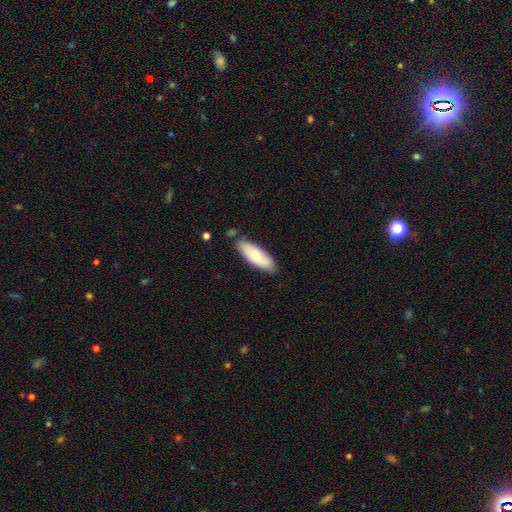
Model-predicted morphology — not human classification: Overall: smooth (81%). How rounded: in between (63%; cigar-shaped 36%). Merging: none (80%).